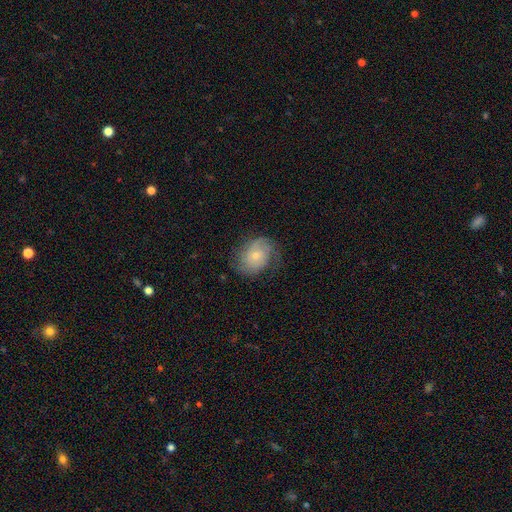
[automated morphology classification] Smooth or featured? Predicted: featured or disk (p=0.52). Edge-on disk? Predicted: no (p=0.97). Merging? Predicted: none (p=0.61).